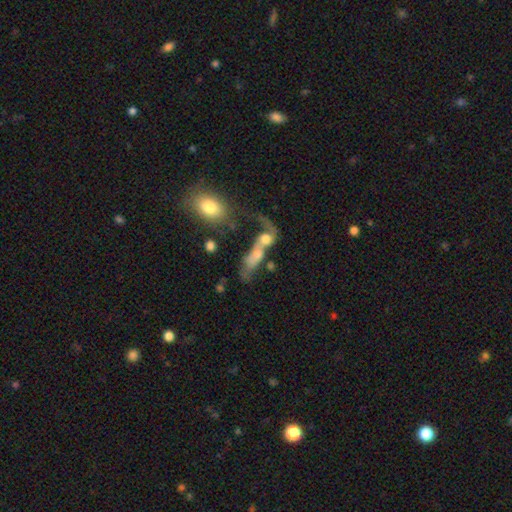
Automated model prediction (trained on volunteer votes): Smooth or featured? Predicted: smooth (p=0.47). Merging? Predicted: merger (p=0.66).